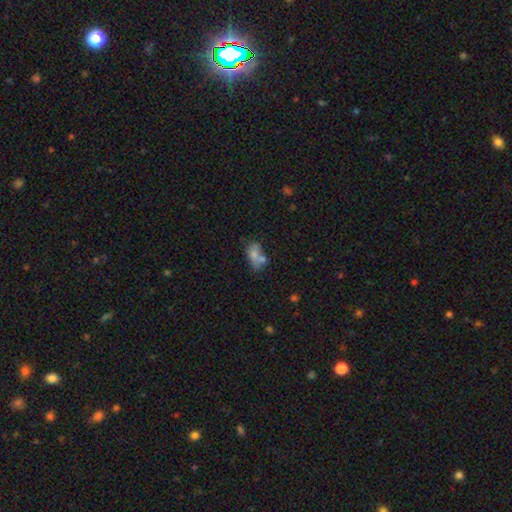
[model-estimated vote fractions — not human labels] Smooth or featured? smooth (65%)
How rounded? in between (82%)
Merging? merger (41%)